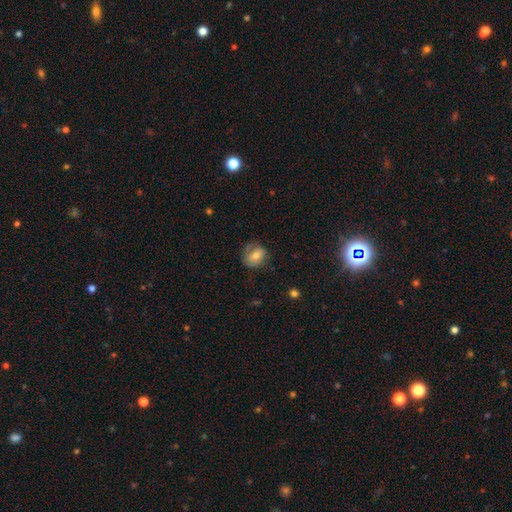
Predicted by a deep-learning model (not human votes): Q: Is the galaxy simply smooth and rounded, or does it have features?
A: smooth — 61%.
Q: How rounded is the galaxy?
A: round — 58%.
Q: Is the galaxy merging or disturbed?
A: none — 62%.